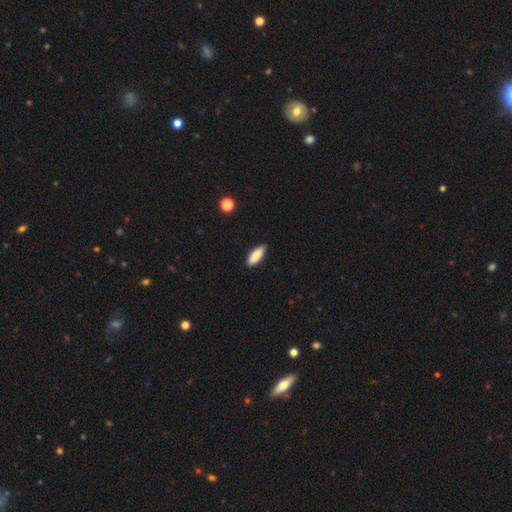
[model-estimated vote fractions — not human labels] A smooth galaxy with no disk features (86%) that is in between round and cigar-shaped (64%). Merging: none (87%).